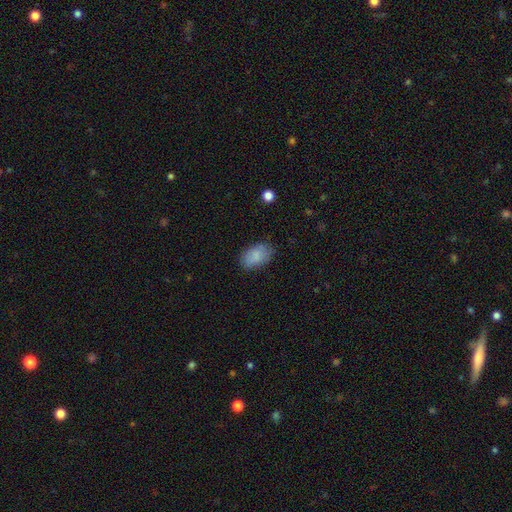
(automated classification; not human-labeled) A smooth galaxy with no disk features (85%) that is in between round and cigar-shaped (90%). Merging: none (79%).